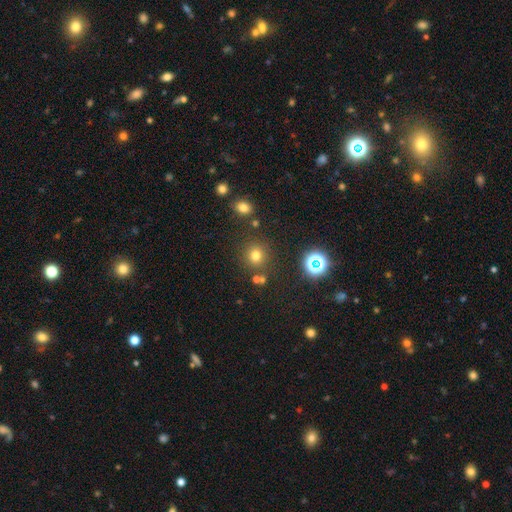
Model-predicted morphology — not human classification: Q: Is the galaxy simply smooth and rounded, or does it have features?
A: smooth — 71%.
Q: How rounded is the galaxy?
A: round — 91%.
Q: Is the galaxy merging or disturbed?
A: none — 82%.